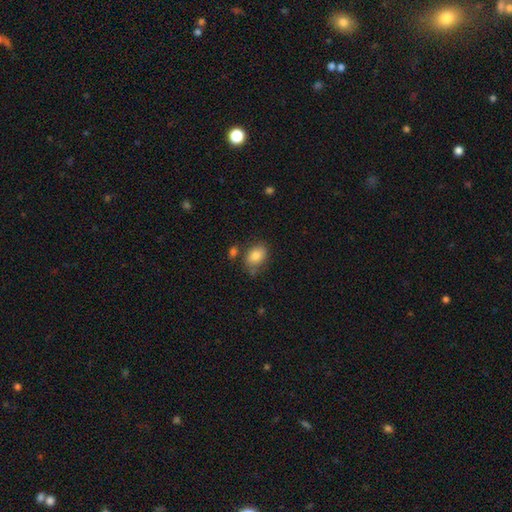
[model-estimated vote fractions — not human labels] Smooth or featured?
  - smooth: 82% *
  - featured or disk: 10%
  - star or artifact: 8%
How rounded?
  - in between: 78% *
  - round: 20%
  - cigar-shaped: 1%
Merging?
  - none: 67% *
  - minor disturbance: 20%
  - merger: 8%
  - major disturbance: 5%